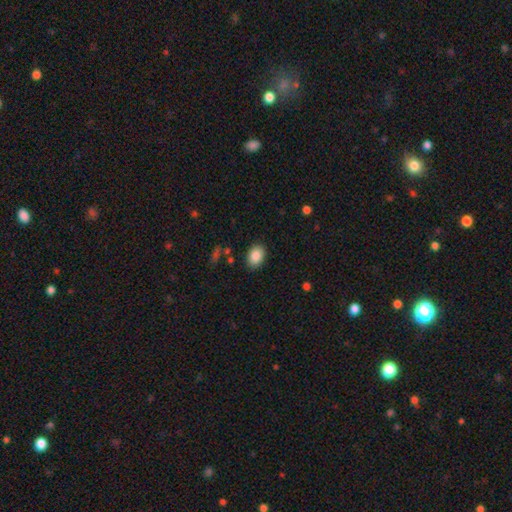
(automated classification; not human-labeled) Smooth or featured? Predicted: smooth (p=0.87). How rounded? Predicted: in between (p=0.78). Merging? Predicted: none (p=0.87).